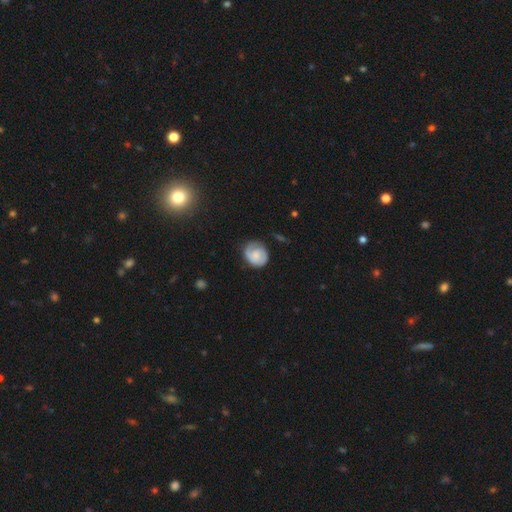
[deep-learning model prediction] A featured or disk galaxy (52%) with no bar (65%), spiral arms (87%) and a small central bulge (37%). Merging: none (69%).